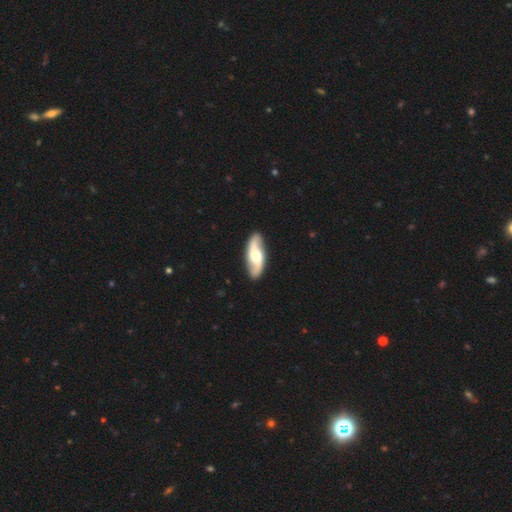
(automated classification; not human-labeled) smooth_or_featured: featured or disk (p=0.79) [alt: smooth p=0.17]
disk_edge_on: no (p=0.87) [alt: yes p=0.13]
bar: no (p=0.53) [alt: weak p=0.34]
has_spiral_arms: yes (p=0.93) [alt: no p=0.07]
spiral_winding: loose (p=0.57) [alt: medium p=0.31]
spiral_arm_count: 2 (p=0.93) [alt: can't tell p=0.03]
bulge_size: moderate (p=0.56) [alt: large p=0.32]
merging: none (p=0.88) [alt: minor disturbance p=0.08]